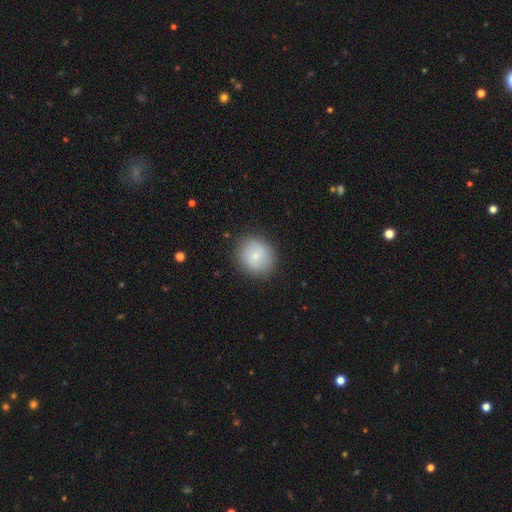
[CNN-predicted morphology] A smooth galaxy with no disk features (72%) that is round (83%). Merging: none (85%).